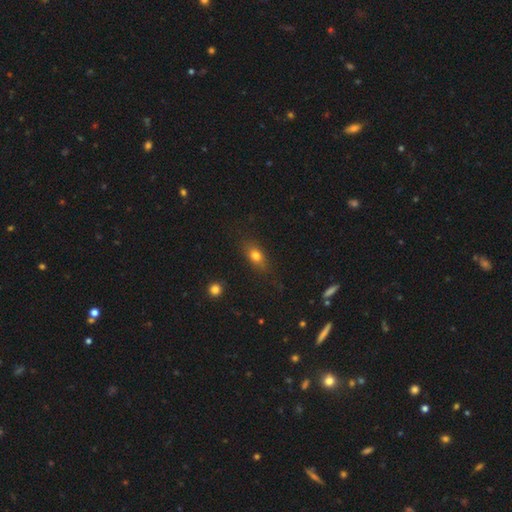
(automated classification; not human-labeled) A smooth galaxy with no disk features (74%) that is in between round and cigar-shaped (70%).

Vote fractions:
- Smooth or featured? smooth: 74% / featured or disk: 14% / star or artifact: 11%
- How rounded? in between: 70% / round: 18% / cigar-shaped: 12%
- Merging? none: 76% / minor disturbance: 17% / major disturbance: 5% / merger: 2%